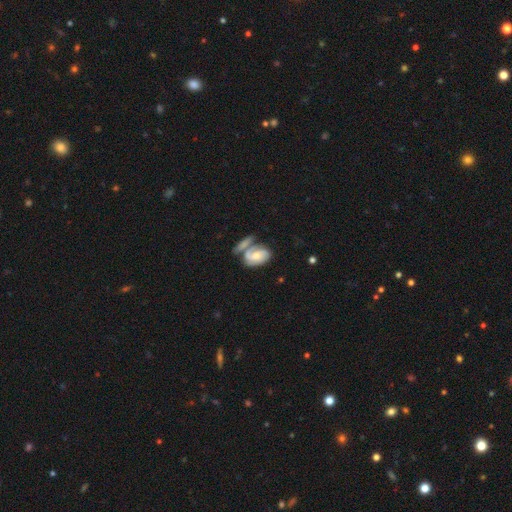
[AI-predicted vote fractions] A featured or disk galaxy (56%) with no bar (63%), spiral arms (79%) and a moderate central bulge (48%).

Vote fractions:
- Smooth or featured? featured or disk: 56% / smooth: 38% / star or artifact: 7%
- Edge-on disk? no: 94% / yes: 6%
- Bar? no: 63% / weak: 29% / strong: 8%
- Spiral arms? yes: 79% / no: 21%
- Bulge size? moderate: 48% / small: 37% / large: 7% / none: 6% / dominant: 2%
- Merging? merger: 42% / none: 31% / minor disturbance: 15% / major disturbance: 12%